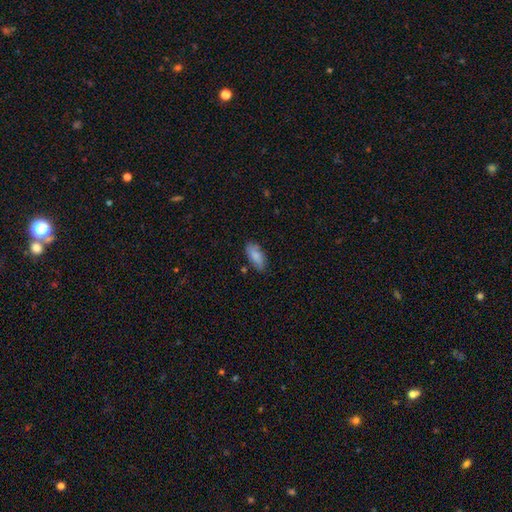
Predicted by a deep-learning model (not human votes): smooth-or-featured: smooth: 81% | featured or disk: 13% | star or artifact: 6%
  how-rounded: in between: 85% | cigar-shaped: 13% | round: 2%
  merging: none: 75% | minor disturbance: 19% | major disturbance: 3% | merger: 3%